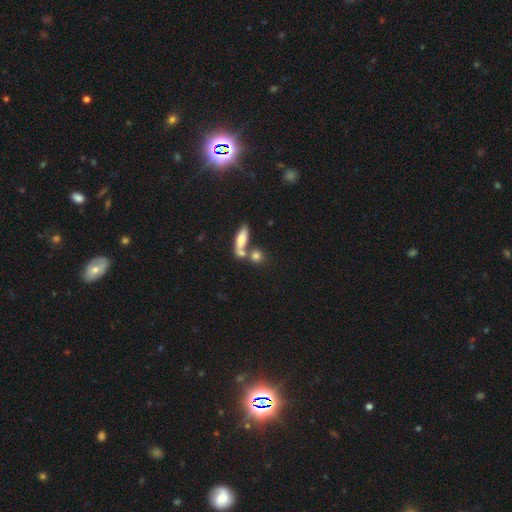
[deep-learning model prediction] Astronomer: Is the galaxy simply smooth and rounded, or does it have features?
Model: smooth — 77%.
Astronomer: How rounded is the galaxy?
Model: round — 61%.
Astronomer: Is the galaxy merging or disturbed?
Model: none — 48% (runner-up: merger, 37%).